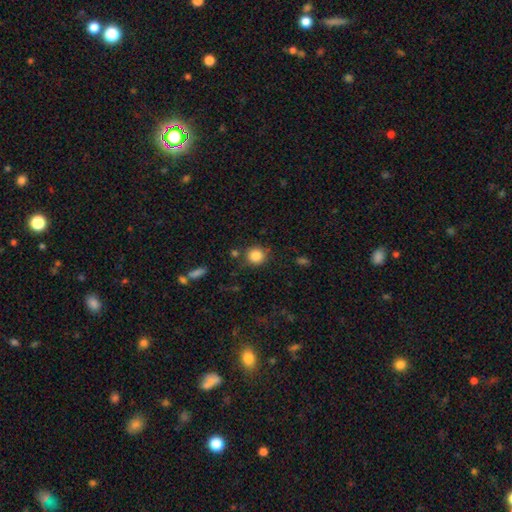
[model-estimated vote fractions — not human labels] Morphology: type=smooth (85%); roundness=round (89%); merging=none (82%).